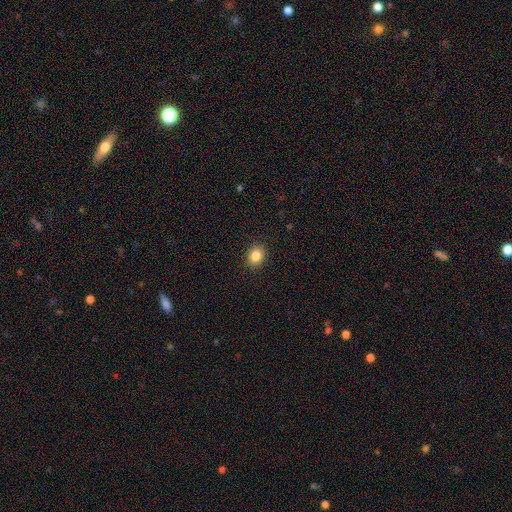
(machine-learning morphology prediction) Q: Smooth or featured?
A: smooth (85%); runner-up: star or artifact (10%)
Q: How rounded?
A: round (59%); runner-up: in between (40%)
Q: Merging?
A: none (90%); runner-up: minor disturbance (7%)